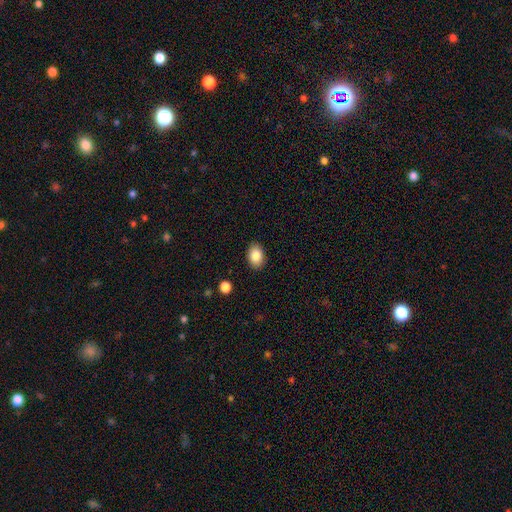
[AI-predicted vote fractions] smooth 86%, star or artifact 8%, featured or disk 7%. Down the decision tree: how rounded — in between (82%); merging — none (88%).